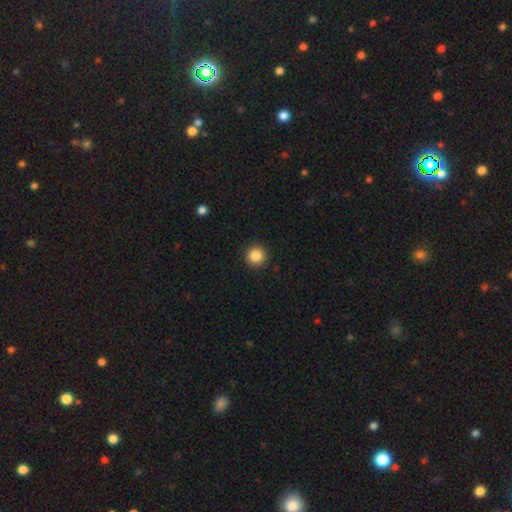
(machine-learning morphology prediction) Overall: smooth (86%). How rounded: round (96%). Merging: none (93%).